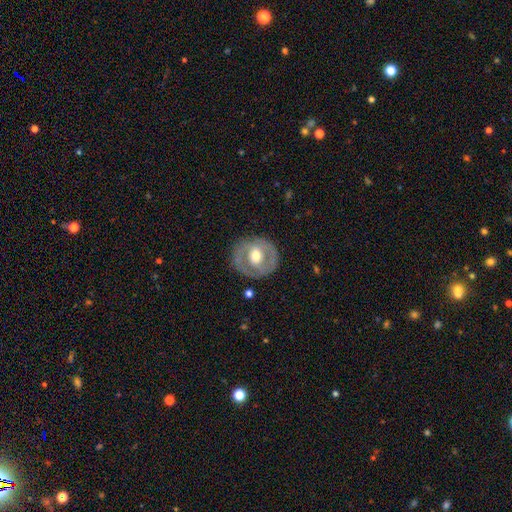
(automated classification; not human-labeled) The model was most divided on "bar": no: 52%, weak: 35%, strong: 14%. More confident: edge-on disk — no (96%); merging — none (78%); bulge size — moderate (73%); smooth or featured — featured or disk (62%); spiral arms — no (61%).